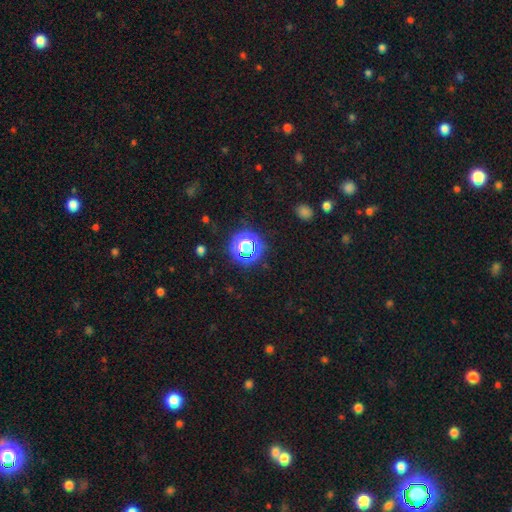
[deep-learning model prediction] This appears to be a star or artifact, not a galaxy (71%).